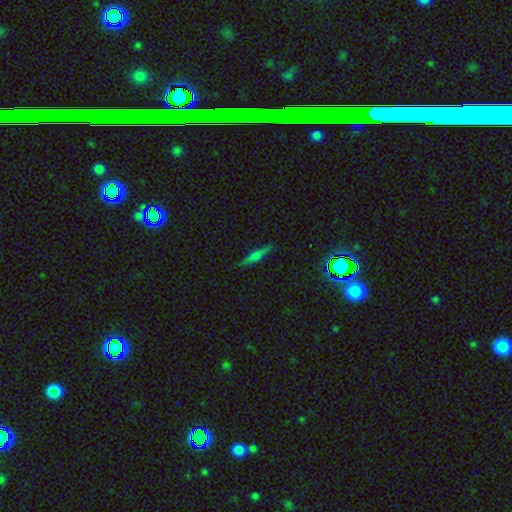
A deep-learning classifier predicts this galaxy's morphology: smooth-or-featured: smooth: 50% | featured or disk: 35% | star or artifact: 15%
  how-rounded: cigar-shaped: 79% | in between: 18% | round: 4%
  merging: none: 82% | minor disturbance: 14% | major disturbance: 3% | merger: 2%